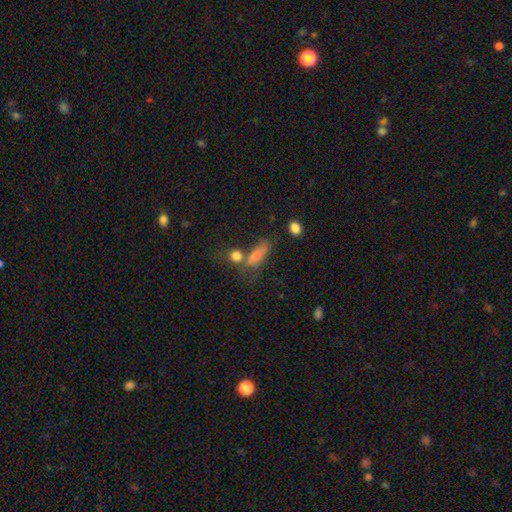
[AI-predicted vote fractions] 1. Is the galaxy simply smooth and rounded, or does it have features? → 64% smooth, 19% featured or disk, 17% star or artifact.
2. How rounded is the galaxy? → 53% in between, 38% cigar-shaped, 9% round.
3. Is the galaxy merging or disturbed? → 43% none, 25% merger, 18% minor disturbance, 13% major disturbance.